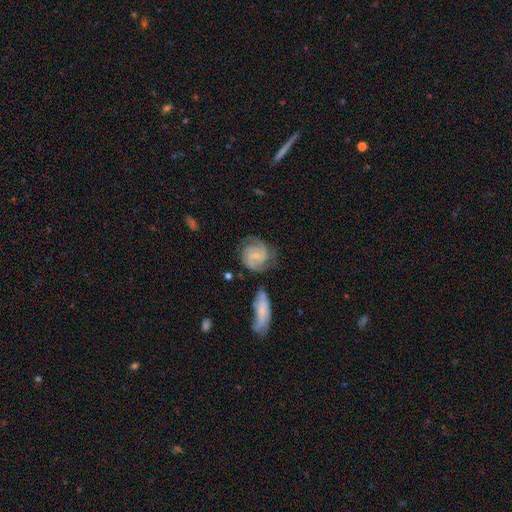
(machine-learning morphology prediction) The model was most divided on "spiral winding": tight: 45%, medium: 43%, loose: 12%. Remaining: edge-on disk — no (97%); spiral arms — yes (96%); smooth or featured — featured or disk (79%); merging — none (66%); bulge size — small (66%); spiral arm count — 2 (58%); bar — no (47%).